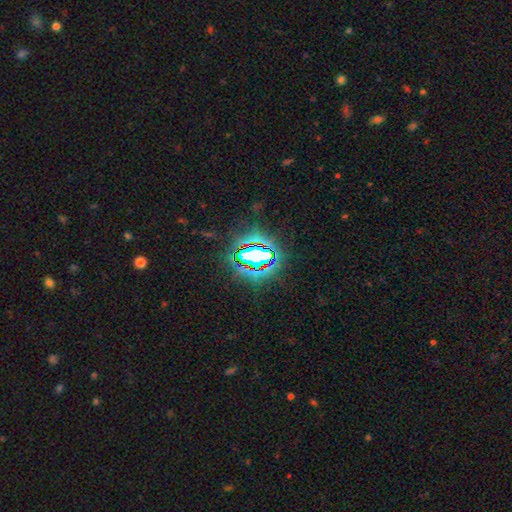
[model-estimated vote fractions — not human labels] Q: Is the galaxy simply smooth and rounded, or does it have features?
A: star or artifact — 76%.